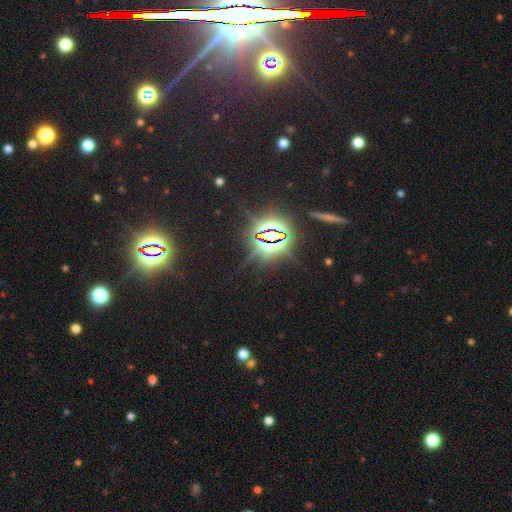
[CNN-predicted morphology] Smooth or featured? Predicted: star or artifact (p=0.83).